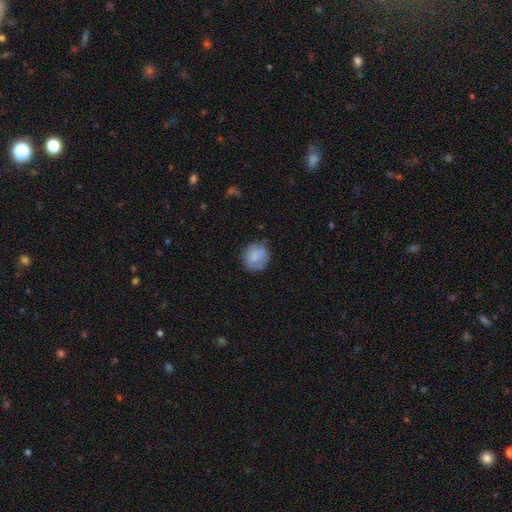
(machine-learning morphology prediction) Q: Smooth or featured?
A: smooth (71%); runner-up: featured or disk (21%)
Q: How rounded?
A: round (80%); runner-up: in between (19%)
Q: Merging?
A: none (68%); runner-up: minor disturbance (22%)